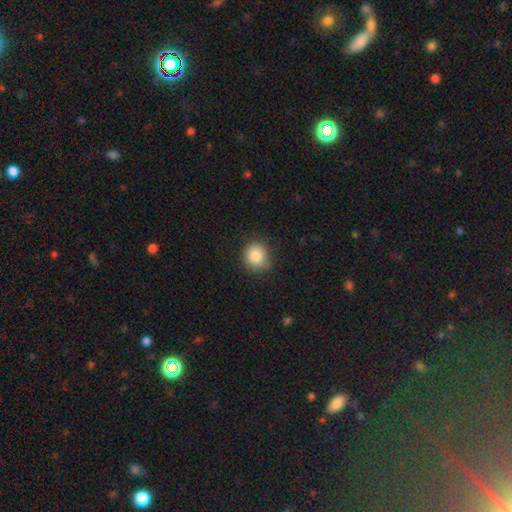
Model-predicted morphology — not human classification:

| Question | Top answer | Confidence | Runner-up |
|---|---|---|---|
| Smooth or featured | smooth | 86% | star or artifact (9%) |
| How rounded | round | 82% | in between (18%) |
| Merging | none | 80% | minor disturbance (16%) |